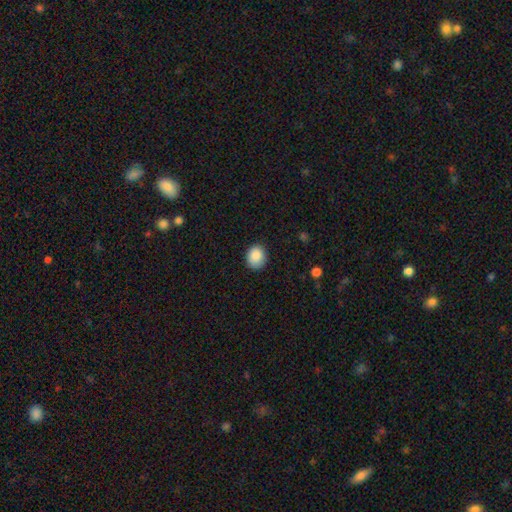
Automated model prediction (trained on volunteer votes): This appears to be a smooth galaxy with no disk features (88%) that is round (67%). Merging: none (83%).